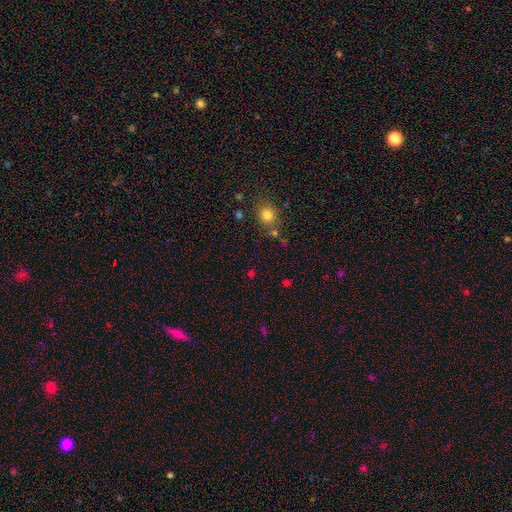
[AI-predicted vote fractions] Smooth or featured?
  - smooth: 61% *
  - star or artifact: 32%
  - featured or disk: 7%
How rounded?
  - round: 75% *
  - in between: 22%
  - cigar-shaped: 2%
Merging?
  - none: 74% *
  - merger: 11%
  - minor disturbance: 10%
  - major disturbance: 5%